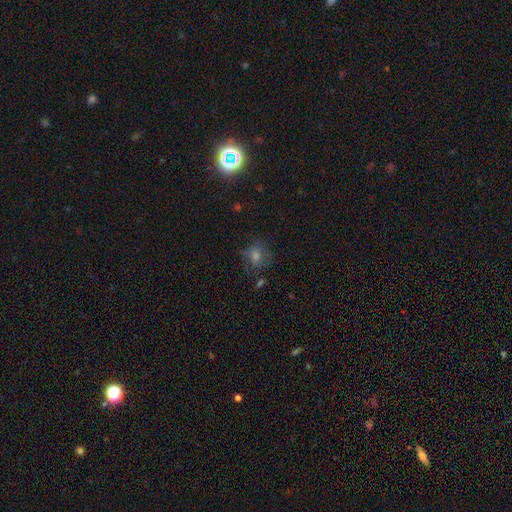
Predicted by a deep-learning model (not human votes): Smooth or featured: smooth — 45% (star or artifact — 34%)
Merging: none — 71% (minor disturbance — 17%)